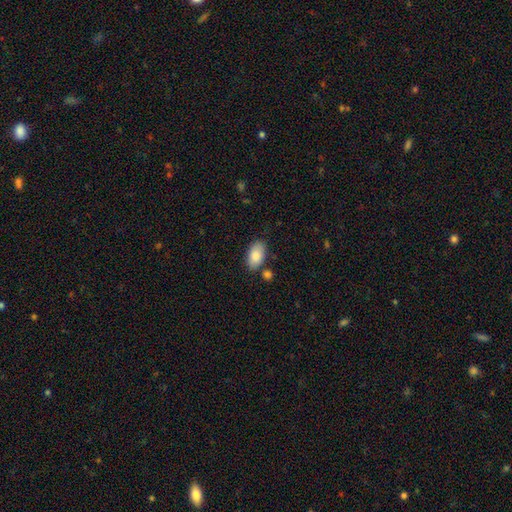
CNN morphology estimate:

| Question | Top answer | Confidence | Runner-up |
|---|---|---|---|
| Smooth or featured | smooth | 86% | featured or disk (8%) |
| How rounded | in between | 94% | round (4%) |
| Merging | none | 78% | minor disturbance (13%) |